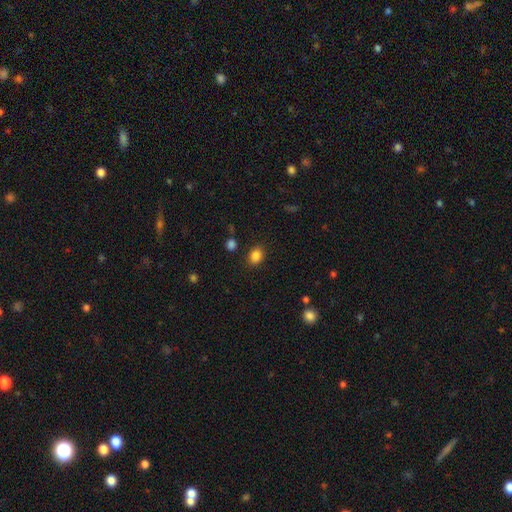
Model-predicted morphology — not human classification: This is clearly a smooth galaxy (85%). How rounded: possibly in between (54%). Merging: clearly none (86%).